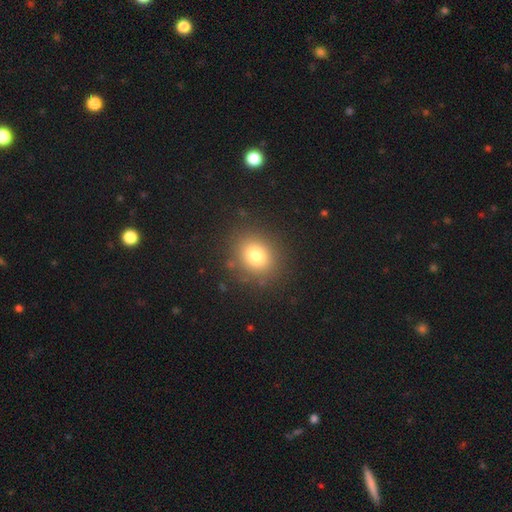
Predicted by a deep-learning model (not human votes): This is likely a smooth galaxy (76%). How rounded: likely round (71%). Merging: clearly none (86%).